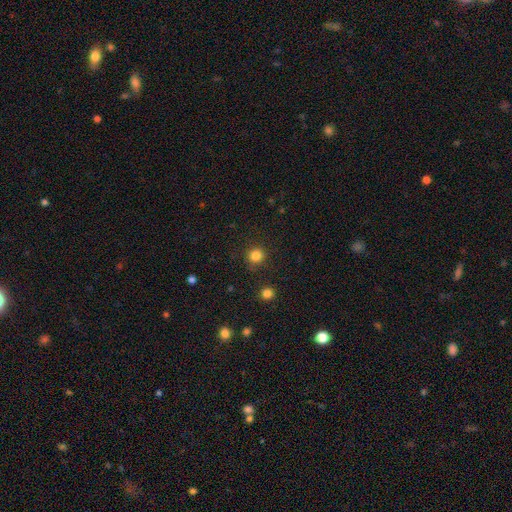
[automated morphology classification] Q: Smooth or featured?
A: smooth (83%); runner-up: star or artifact (13%)
Q: How rounded?
A: round (93%); runner-up: in between (6%)
Q: Merging?
A: none (88%); runner-up: minor disturbance (7%)